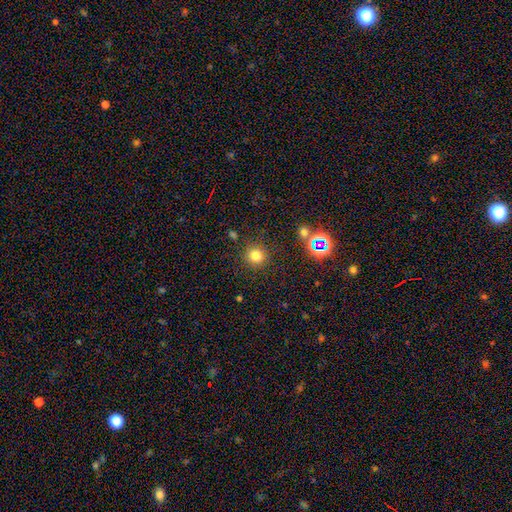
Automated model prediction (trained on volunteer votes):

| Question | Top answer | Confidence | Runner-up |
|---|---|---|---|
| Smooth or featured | smooth | 76% | star or artifact (18%) |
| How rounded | round | 93% | in between (6%) |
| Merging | none | 87% | minor disturbance (7%) |